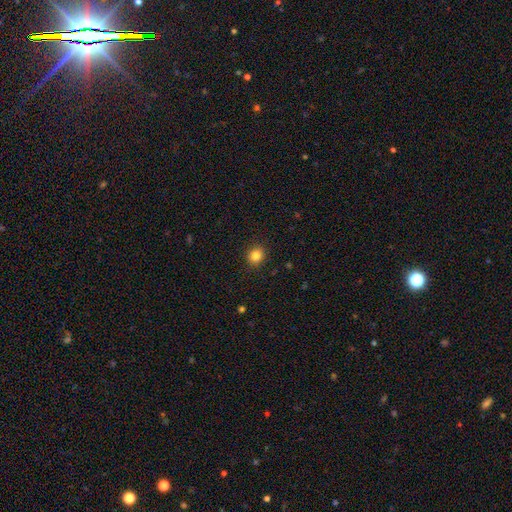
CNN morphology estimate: Smooth or featured: smooth — 83% (star or artifact — 12%)
How rounded: round — 82% (in between — 17%)
Merging: none — 91% (minor disturbance — 6%)